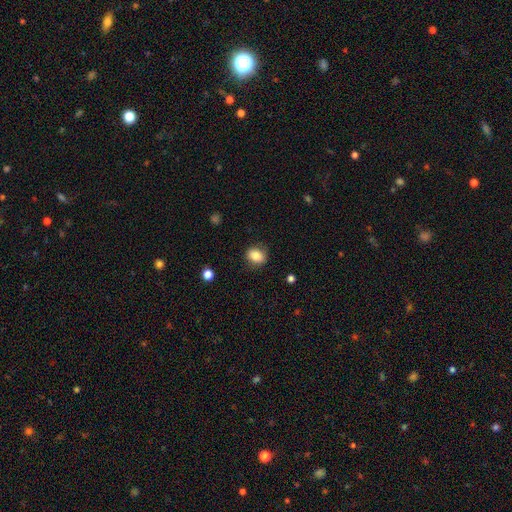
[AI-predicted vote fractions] smooth 84%, star or artifact 9%, featured or disk 8%. Down the decision tree: how rounded — in between (55%); merging — none (80%).